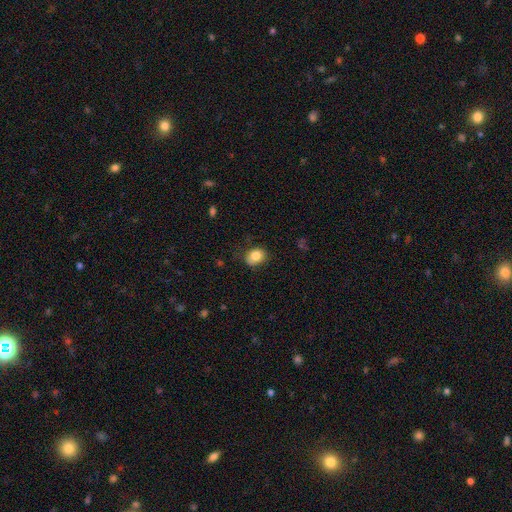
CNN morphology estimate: Smooth or featured? Predicted: smooth (p=0.83). How rounded? Predicted: in between (p=0.57). Merging? Predicted: none (p=0.73).